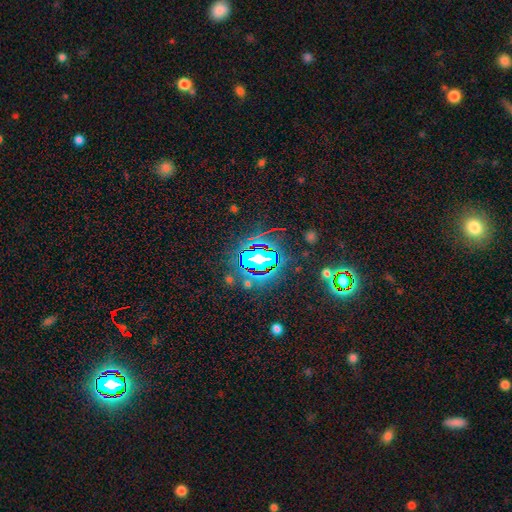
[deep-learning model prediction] smooth-or-featured: star or artifact: 83% | smooth: 10% | featured or disk: 7%